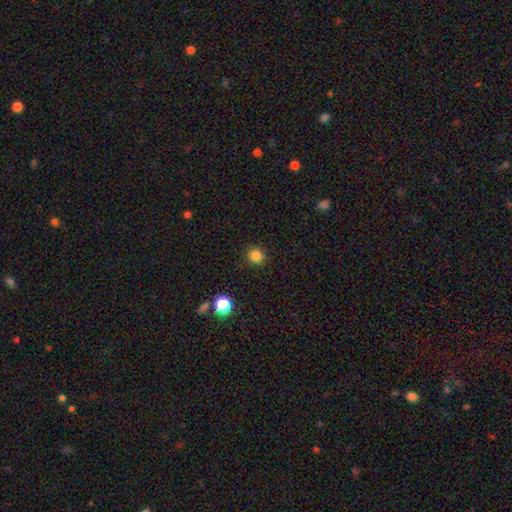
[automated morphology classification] smooth 83%, star or artifact 13%, featured or disk 4%. Down the decision tree: how rounded — round (93%); merging — none (90%).